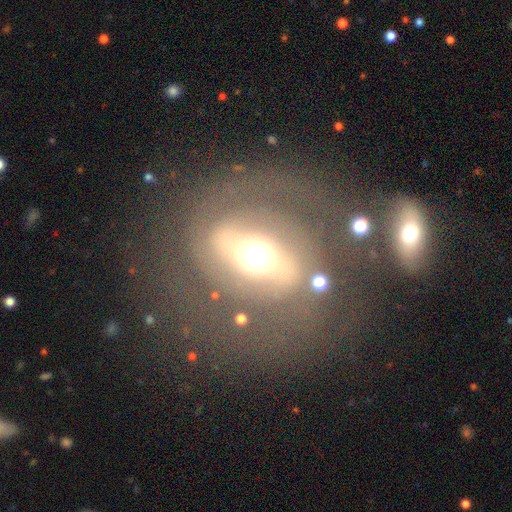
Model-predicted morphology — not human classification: A featured or disk galaxy (76%) with a strong bar (51%), 2 (86%) medium (46%) spiral arms (73%) and a moderate central bulge (56%).

Vote fractions:
- Smooth or featured? featured or disk: 76% / smooth: 16% / star or artifact: 8%
- Edge-on disk? no: 94% / yes: 6%
- Bar? strong: 51% / weak: 30% / no: 19%
- Spiral arms? yes: 73% / no: 27%
- Spiral winding? medium: 46% / tight: 33% / loose: 21%
- Spiral arm count? 2: 86% / can't tell: 7% / 1: 3% / 3: 1% / more than 4: 1% / 4: 1%
- Bulge size? moderate: 56% / large: 31% / small: 7% / dominant: 6% / none: 1%
- Merging? none: 66% / minor disturbance: 14% / major disturbance: 13% / merger: 7%